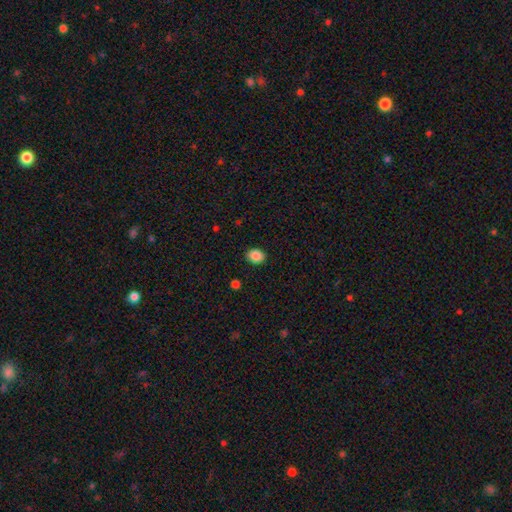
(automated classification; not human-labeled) A smooth galaxy with no disk features (88%) that is in between round and cigar-shaped (56%).

Vote fractions:
- Smooth or featured? smooth: 88% / star or artifact: 9% / featured or disk: 4%
- How rounded? in between: 56% / round: 43% / cigar-shaped: 1%
- Merging? none: 89% / minor disturbance: 8% / major disturbance: 2% / merger: 1%